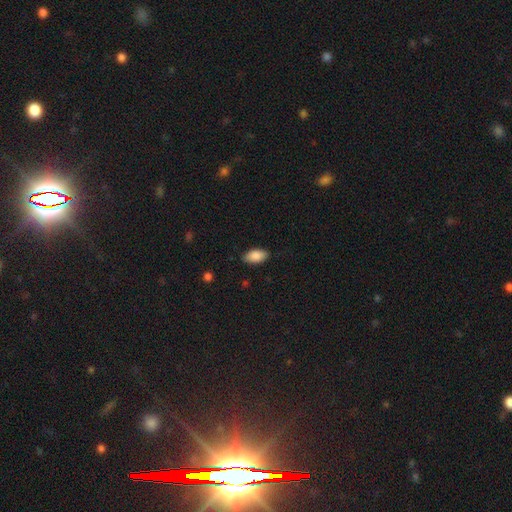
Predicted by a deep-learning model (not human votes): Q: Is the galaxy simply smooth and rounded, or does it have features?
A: smooth — 88%.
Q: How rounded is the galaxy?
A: in between — 93%.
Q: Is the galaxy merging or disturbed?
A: none — 85%.